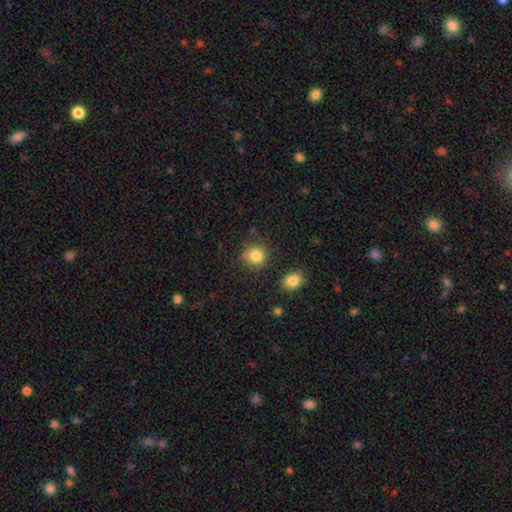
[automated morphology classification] Smooth or featured: smooth — 85% (star or artifact — 10%)
How rounded: round — 86% (in between — 13%)
Merging: none — 81% (minor disturbance — 11%)